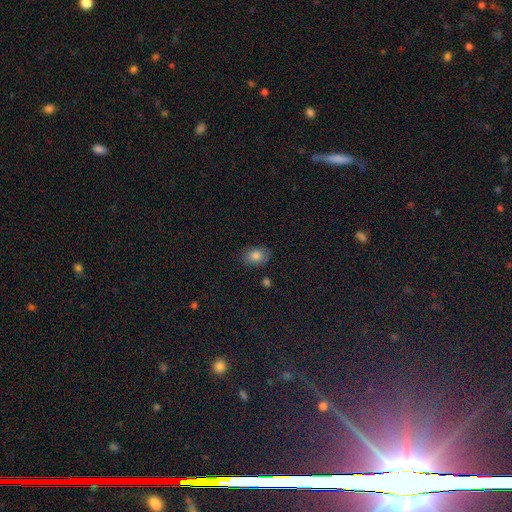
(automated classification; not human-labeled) This is clearly a smooth galaxy (82%). How rounded: likely in between (80%). Merging: clearly none (81%).